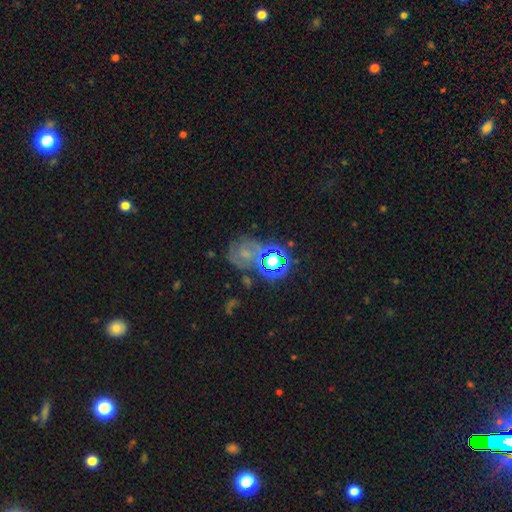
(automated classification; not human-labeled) This is possibly a star or artifact rather than a galaxy (53%).